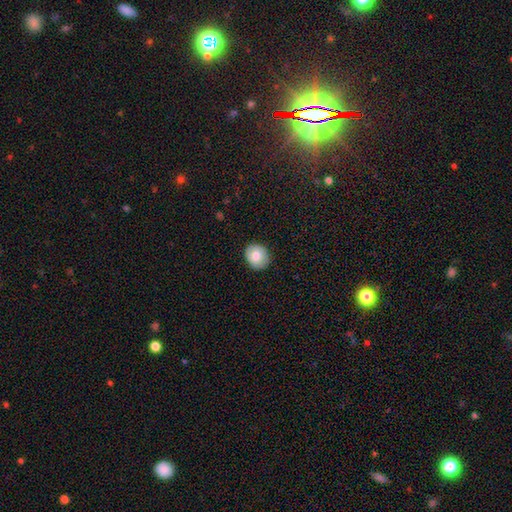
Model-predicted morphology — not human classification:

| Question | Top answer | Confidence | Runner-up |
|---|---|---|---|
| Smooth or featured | smooth | 78% | featured or disk (14%) |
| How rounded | round | 69% | in between (30%) |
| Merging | none | 88% | minor disturbance (9%) |